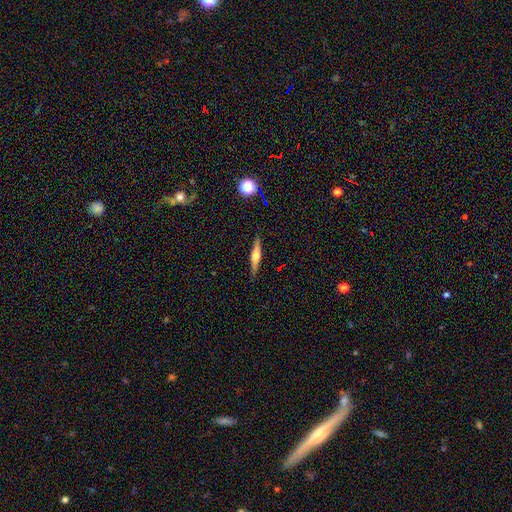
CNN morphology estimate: featured or disk 62%, smooth 31%, star or artifact 7%. Down the decision tree: edge-on disk — yes (97%); edge-on bulge — rounded (88%); merging — none (90%).